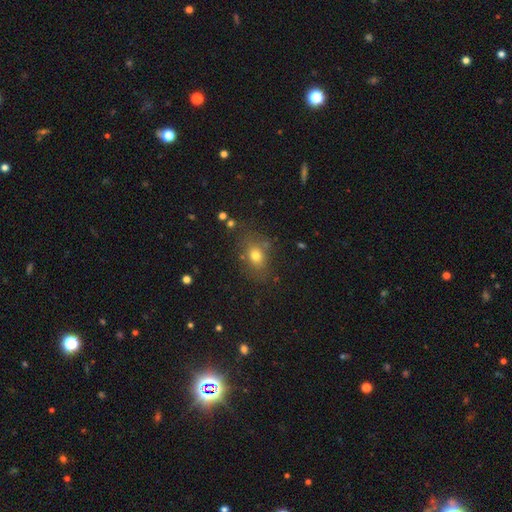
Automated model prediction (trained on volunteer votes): A smooth galaxy with no disk features (72%) that is in between round and cigar-shaped (59%).

Vote fractions:
- Smooth or featured? smooth: 72% / star or artifact: 15% / featured or disk: 13%
- How rounded? in between: 59% / round: 39% / cigar-shaped: 2%
- Merging? none: 73% / minor disturbance: 16% / major disturbance: 7% / merger: 4%